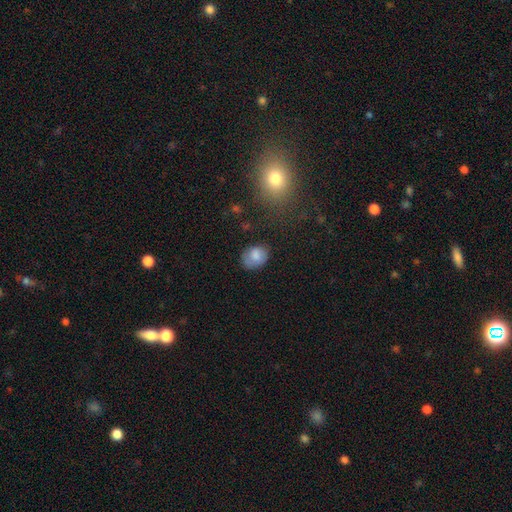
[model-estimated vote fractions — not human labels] This appears to be a smooth galaxy with no disk features (77%) that is in between round and cigar-shaped (56%). Merging: none (68%).